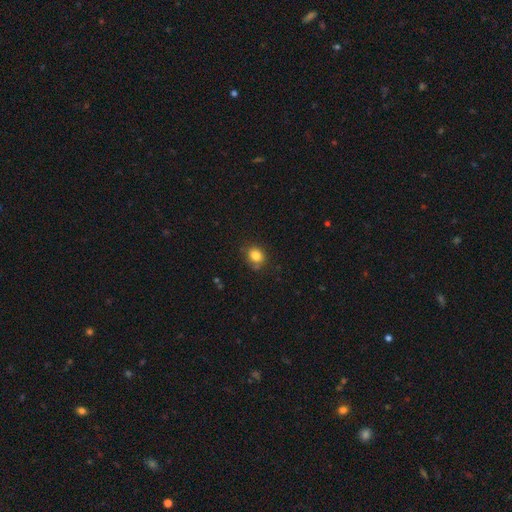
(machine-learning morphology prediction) This appears to be a smooth galaxy with no disk features (83%) that is round (62%). Merging: none (78%).